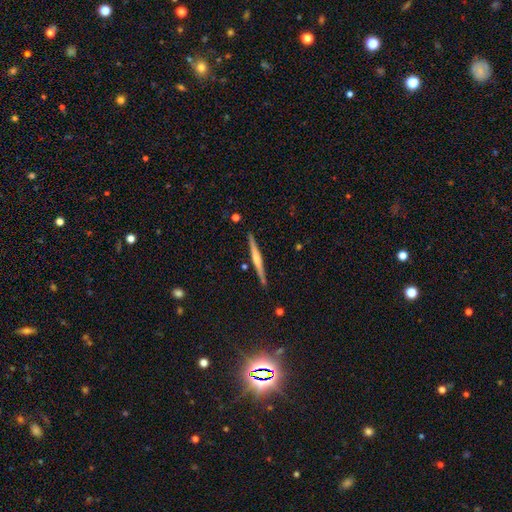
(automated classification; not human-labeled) This appears to be a featured or disk galaxy (71%) viewed edge-on (98%) with a rounded central bulge (66%). Merging: none (90%).